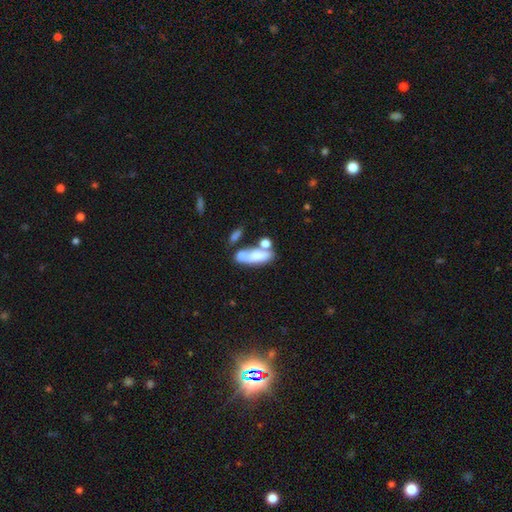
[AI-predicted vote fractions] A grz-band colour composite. It shows a smooth galaxy with no disk features (63%) that is in between round and cigar-shaped (70%). Merging: merger (39%).